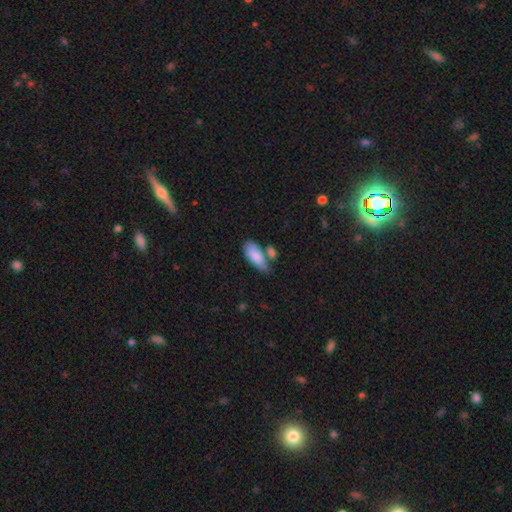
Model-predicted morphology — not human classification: type=smooth (84%); roundness=in between (81%); merging=none (45%).